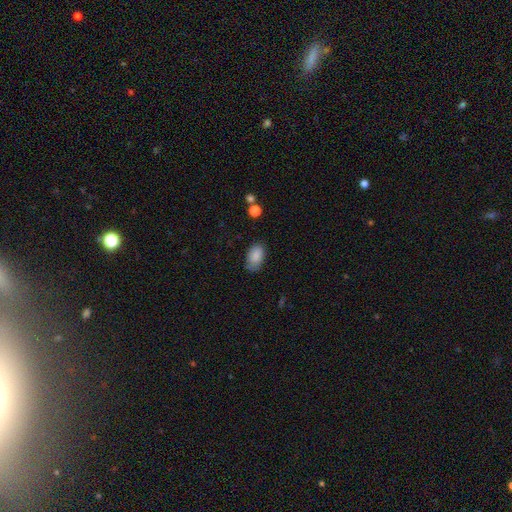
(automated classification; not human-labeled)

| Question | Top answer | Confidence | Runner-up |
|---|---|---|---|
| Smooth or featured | smooth | 86% | star or artifact (7%) |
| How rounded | in between | 92% | round (6%) |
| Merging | none | 71% | minor disturbance (23%) |